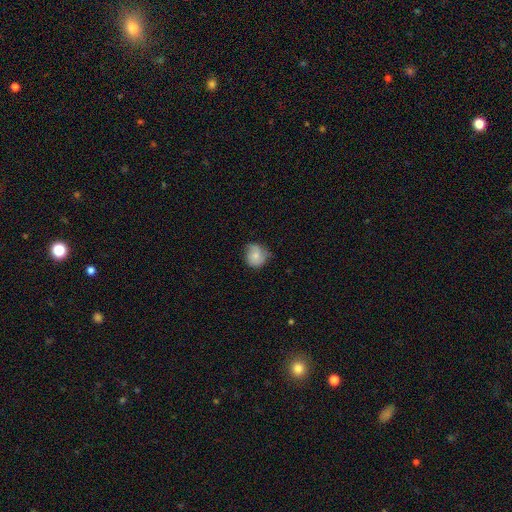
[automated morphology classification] smooth-or-featured: smooth: 69% | featured or disk: 23% | star or artifact: 8%
  how-rounded: round: 76% | in between: 23% | cigar-shaped: 1%
  merging: none: 60% | minor disturbance: 31% | major disturbance: 8% | merger: 1%